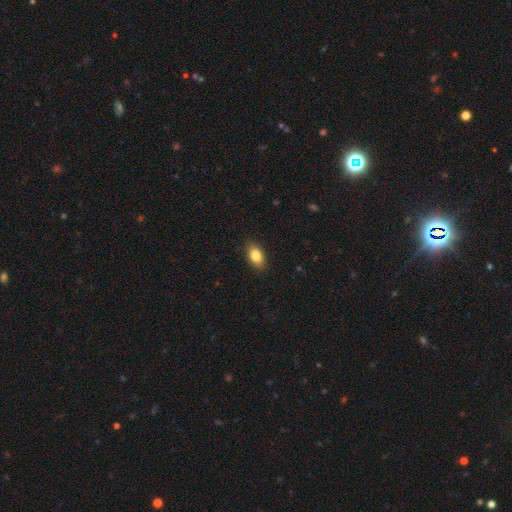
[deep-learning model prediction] Smooth or featured? smooth (85%)
How rounded? in between (88%)
Merging? none (87%)